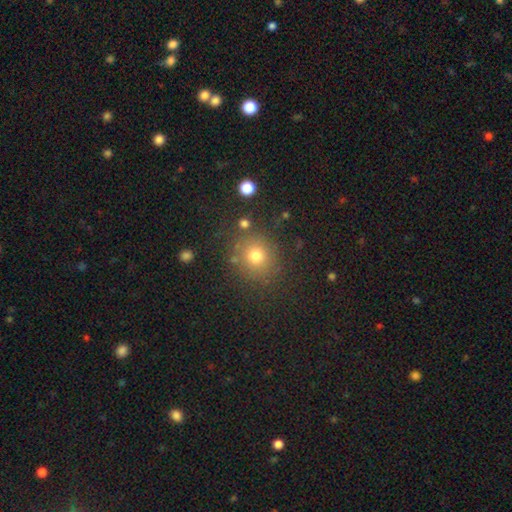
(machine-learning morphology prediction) type=smooth (74%); roundness=round (86%); merging=none (82%).